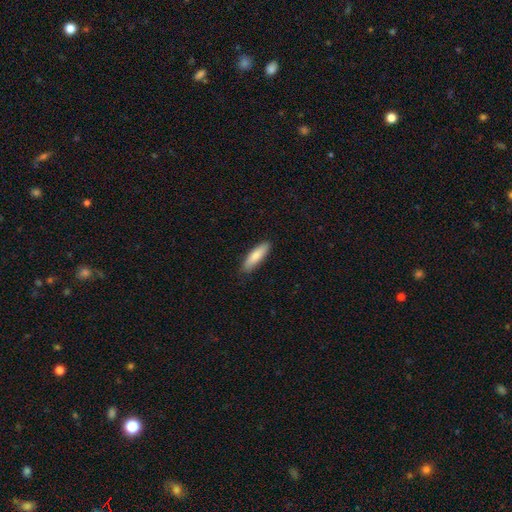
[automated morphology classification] smooth 83%, featured or disk 11%, star or artifact 5%. Down the decision tree: how rounded — cigar-shaped (62%); merging — none (87%).